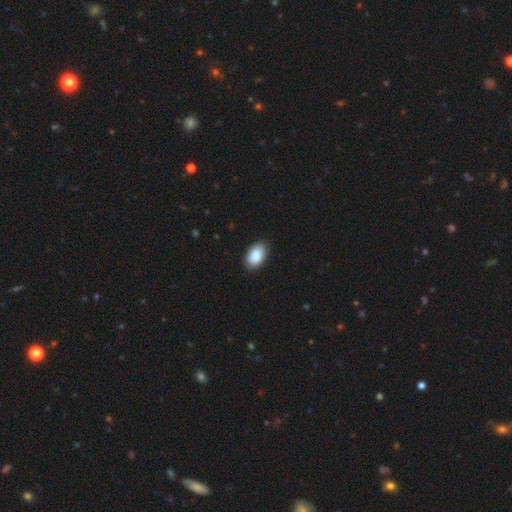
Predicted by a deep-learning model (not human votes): Smooth or featured? smooth (89%)
How rounded? in between (92%)
Merging? none (87%)